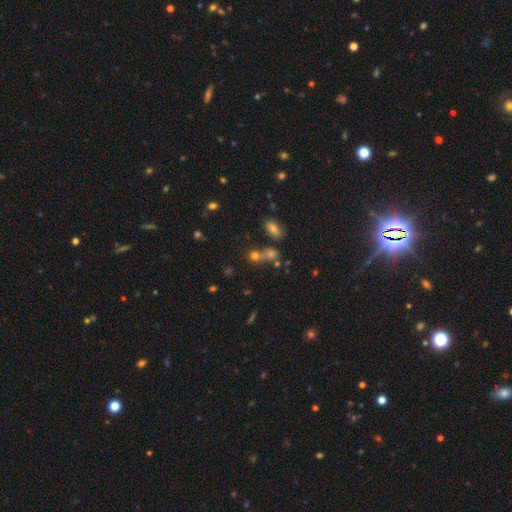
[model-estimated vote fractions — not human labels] A smooth galaxy with no disk features (60%) that is round (64%). Merging: none (46%).